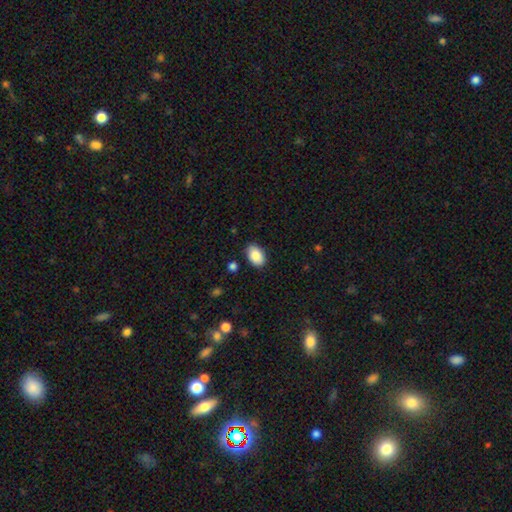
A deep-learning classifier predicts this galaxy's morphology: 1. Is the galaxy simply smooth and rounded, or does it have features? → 87% smooth, 7% star or artifact, 6% featured or disk.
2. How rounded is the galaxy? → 90% in between, 9% round, 1% cigar-shaped.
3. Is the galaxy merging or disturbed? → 86% none, 10% minor disturbance, 2% major disturbance, 2% merger.